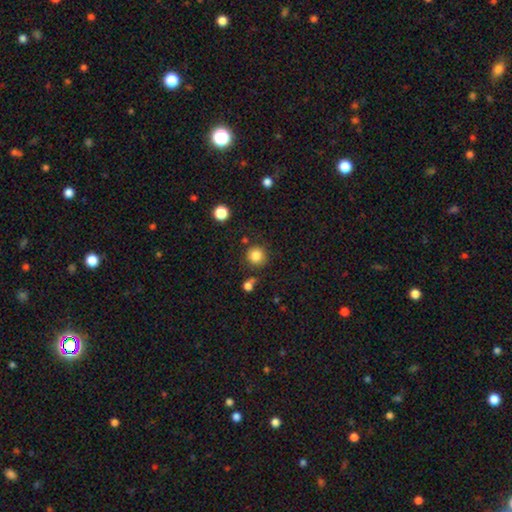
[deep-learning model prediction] Smooth or featured? Predicted: smooth (p=0.84). How rounded? Predicted: round (p=0.93). Merging? Predicted: none (p=0.82).